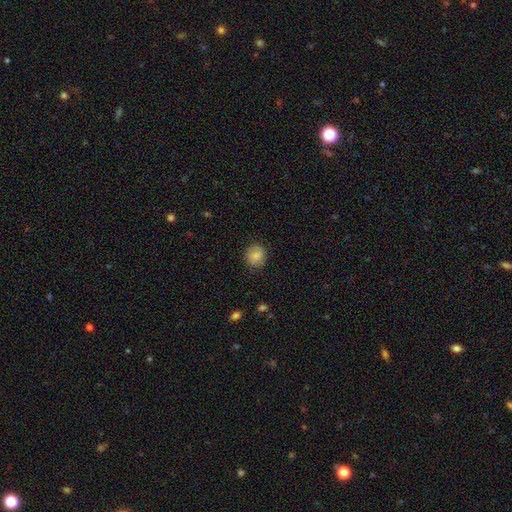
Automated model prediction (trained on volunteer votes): Q: Smooth or featured?
A: smooth (84%); runner-up: featured or disk (8%)
Q: How rounded?
A: round (79%); runner-up: in between (20%)
Q: Merging?
A: none (84%); runner-up: minor disturbance (12%)